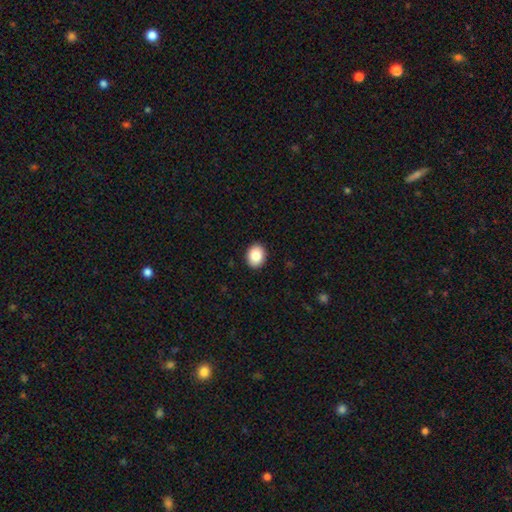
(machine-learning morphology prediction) Smooth or featured? smooth (87%)
How rounded? in between (54%)
Merging? none (91%)